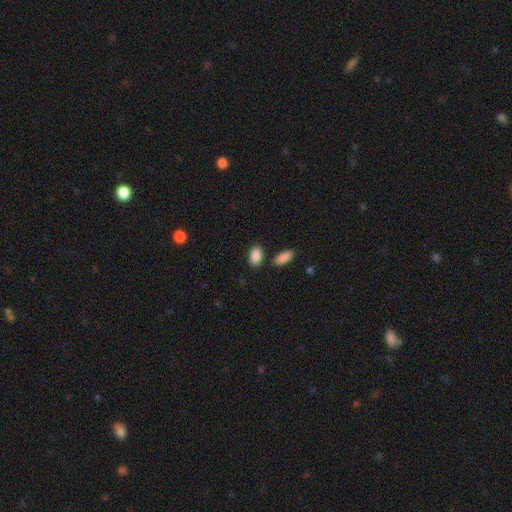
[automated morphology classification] smooth 89%, star or artifact 7%, featured or disk 4%. Down the decision tree: how rounded — in between (89%); merging — none (80%).